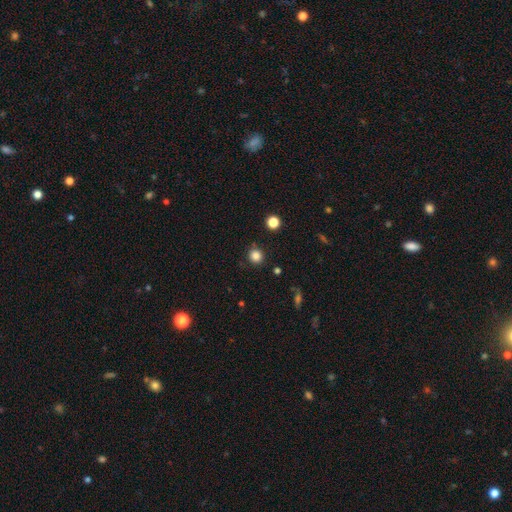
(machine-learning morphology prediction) This appears to be a smooth galaxy with no disk features (84%) that is round (90%). Merging: none (86%).